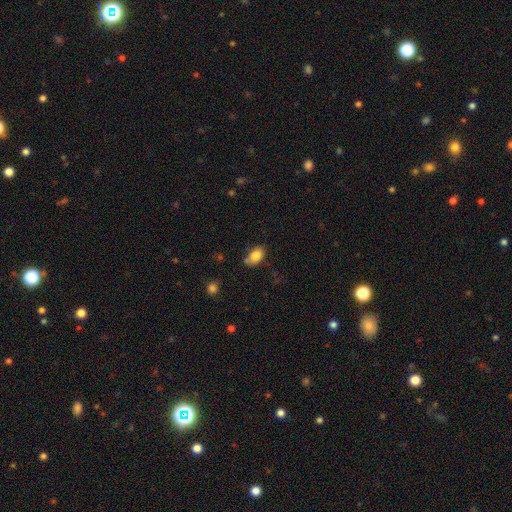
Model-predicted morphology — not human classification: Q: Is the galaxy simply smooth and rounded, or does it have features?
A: smooth — 83%.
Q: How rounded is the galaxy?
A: in between — 88%.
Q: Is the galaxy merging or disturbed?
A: none — 66%.